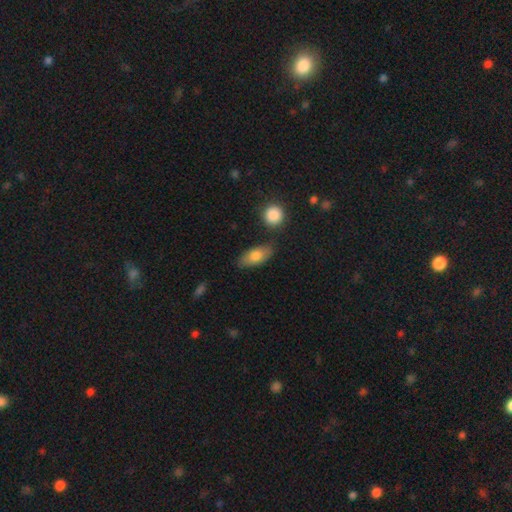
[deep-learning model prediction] A smooth galaxy with no disk features (76%) that is in between round and cigar-shaped (85%). Merging: none (76%).